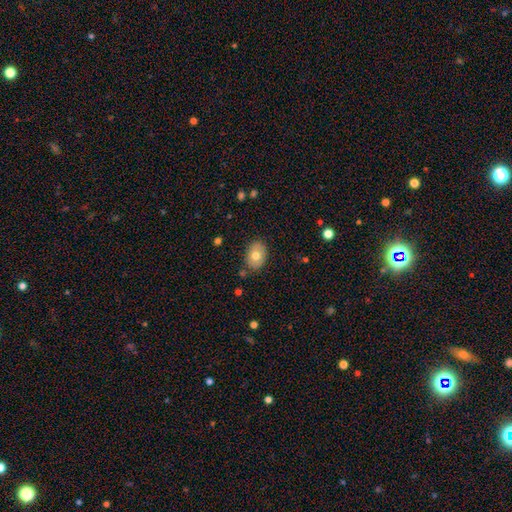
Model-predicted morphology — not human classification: Smooth or featured: smooth — 72% (featured or disk — 21%)
How rounded: in between — 77% (round — 22%)
Merging: none — 82% (minor disturbance — 13%)